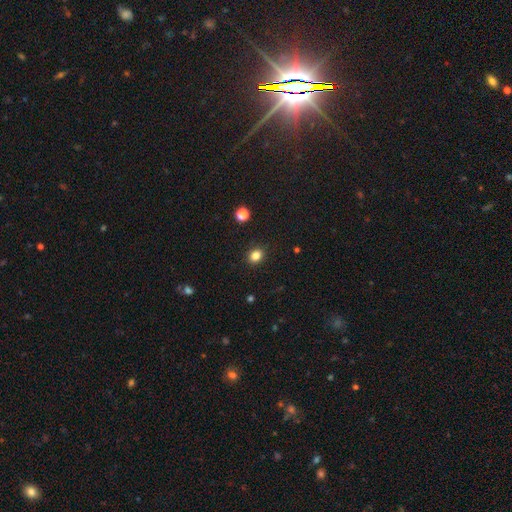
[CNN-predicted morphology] A smooth galaxy with no disk features (83%) that is round (55%).

Vote fractions:
- Smooth or featured? smooth: 83% / star or artifact: 12% / featured or disk: 5%
- How rounded? round: 55% / in between: 44% / cigar-shaped: 1%
- Merging? none: 89% / minor disturbance: 7% / major disturbance: 2% / merger: 1%